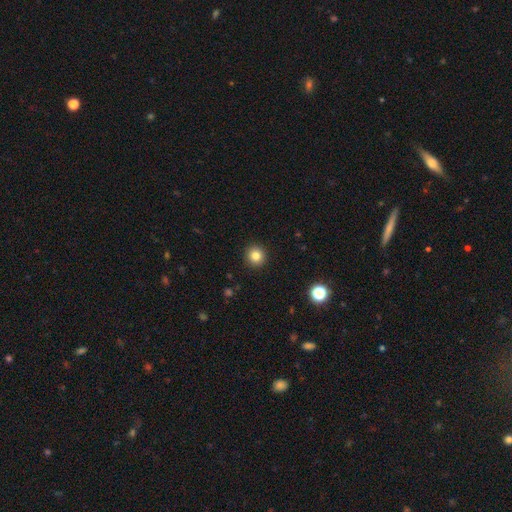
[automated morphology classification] This appears to be a smooth galaxy with no disk features (83%) that is round (94%). Merging: none (93%).